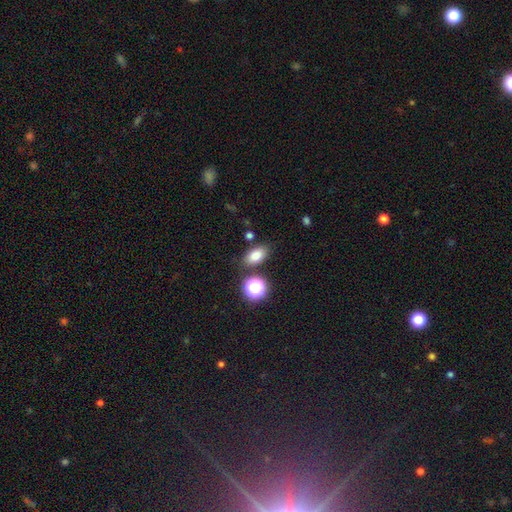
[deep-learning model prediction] smooth-or-featured: smooth: 79% | star or artifact: 13% | featured or disk: 9%
  how-rounded: in between: 85% | round: 12% | cigar-shaped: 3%
  merging: none: 80% | minor disturbance: 11% | merger: 6% | major disturbance: 3%